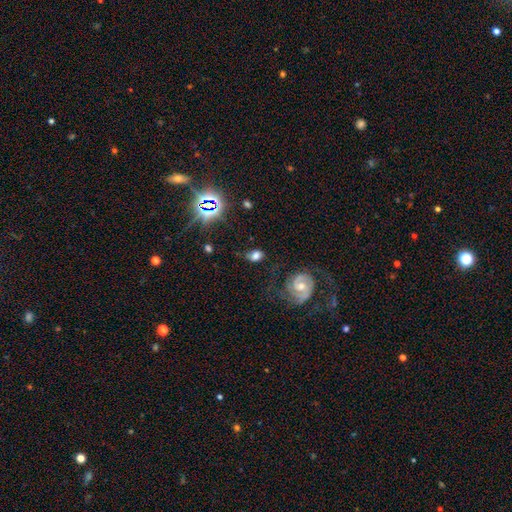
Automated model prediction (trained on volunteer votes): Q: Smooth or featured?
A: smooth (60%); runner-up: featured or disk (25%)
Q: How rounded?
A: in between (70%); runner-up: round (27%)
Q: Merging?
A: none (57%); runner-up: minor disturbance (22%)